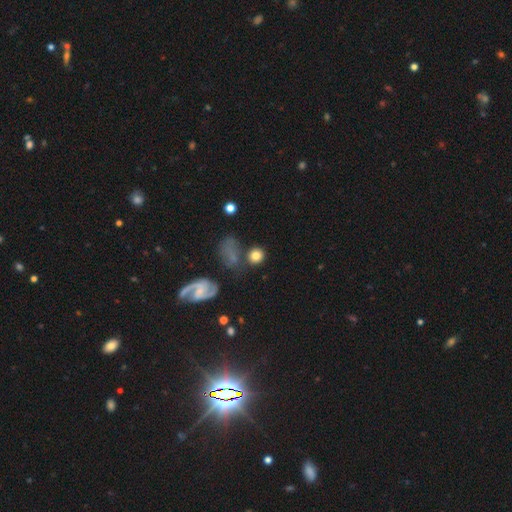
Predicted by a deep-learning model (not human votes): Smooth or featured? smooth (76%)
How rounded? round (84%)
Merging? none (68%)